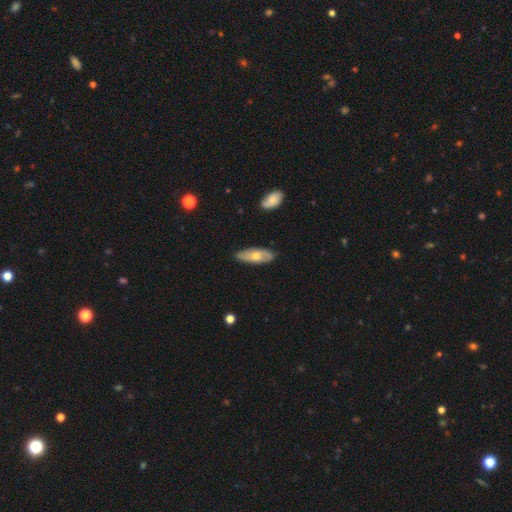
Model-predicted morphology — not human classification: smooth_or_featured: smooth (p=0.51) [alt: featured or disk p=0.43]
how_rounded: in between (p=0.71) [alt: cigar-shaped p=0.26]
merging: none (p=0.82) [alt: minor disturbance p=0.15]